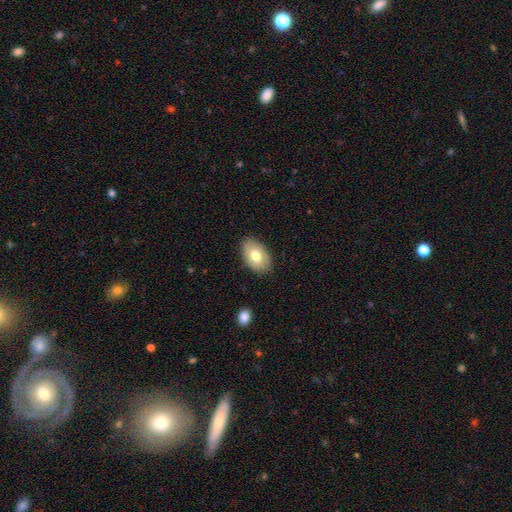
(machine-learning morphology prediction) Q: Smooth or featured?
A: smooth (67%); runner-up: featured or disk (27%)
Q: How rounded?
A: in between (90%); runner-up: round (9%)
Q: Merging?
A: none (83%); runner-up: minor disturbance (13%)